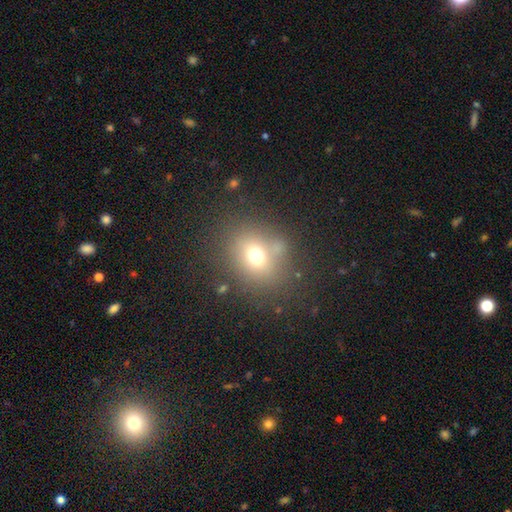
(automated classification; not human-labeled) This is likely a smooth galaxy (67%). How rounded: likely round (63%). Merging: likely none (72%).